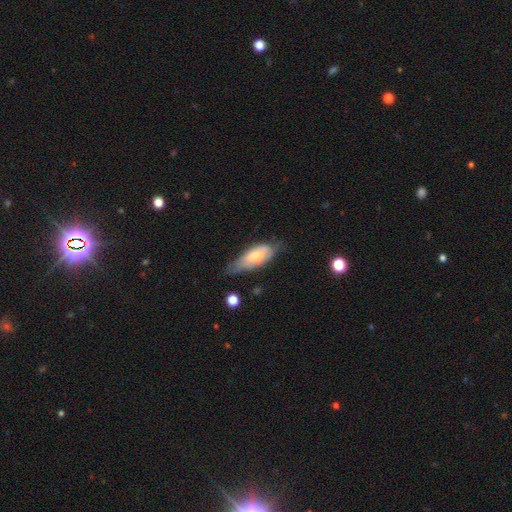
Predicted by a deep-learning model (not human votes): A smooth galaxy with no disk features (57%) that is in between round and cigar-shaped (77%). Merging: none (44%).